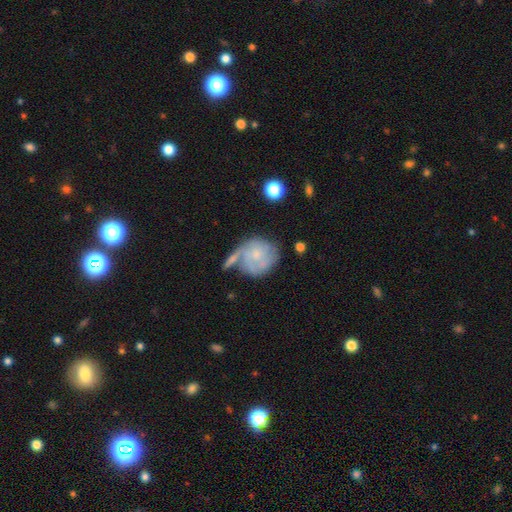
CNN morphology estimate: Smooth or featured: featured or disk — 60% (smooth — 33%)
Edge-on disk: no — 97% (yes — 3%)
Bar: no — 77% (weak — 20%)
Spiral arms: yes — 78% (no — 22%)
Bulge size: small — 61% (moderate — 25%)
Merging: none — 43% (minor disturbance — 22%)